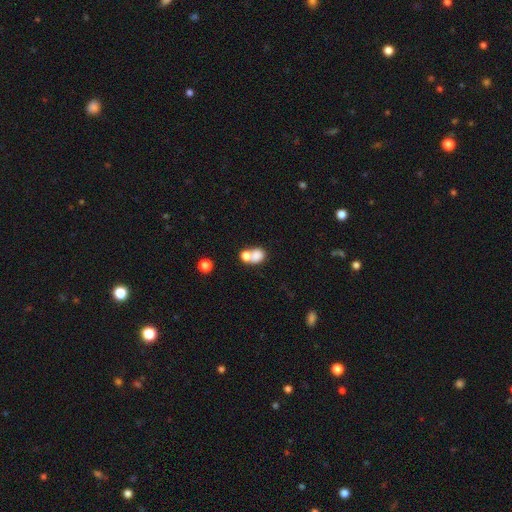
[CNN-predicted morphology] Smooth or featured? smooth (77%)
How rounded? in between (49%, tied with round)
Merging? merger (58%)